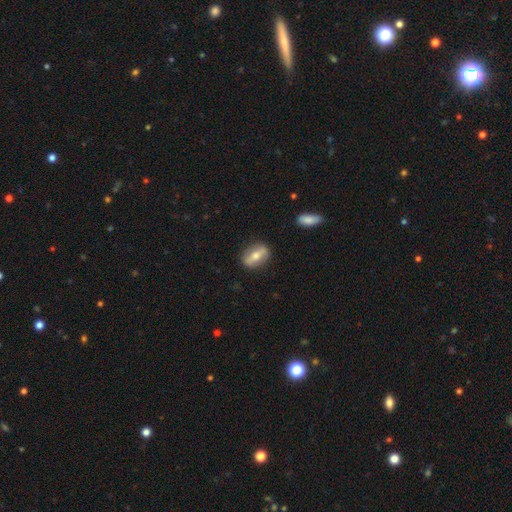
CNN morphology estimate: Smooth or featured? Predicted: smooth (p=0.47). Merging? Predicted: none (p=0.85).